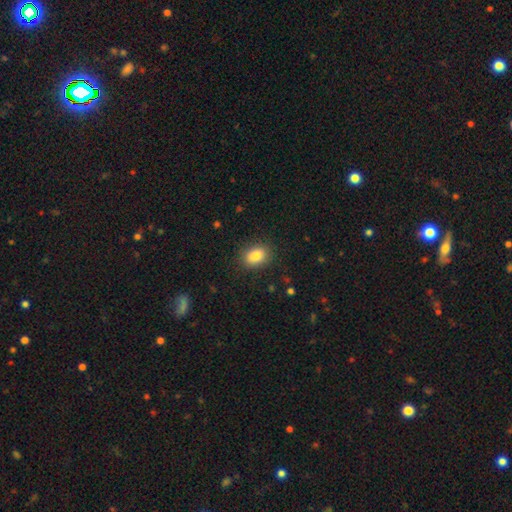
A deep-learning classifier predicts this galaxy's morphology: Smooth or featured: smooth — 86% (star or artifact — 9%)
How rounded: in between — 72% (round — 26%)
Merging: none — 87% (minor disturbance — 9%)